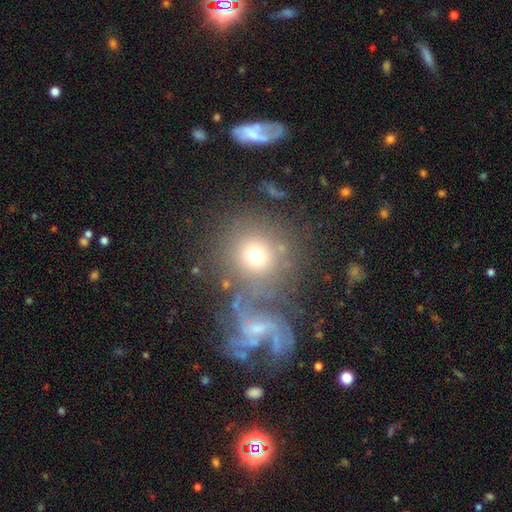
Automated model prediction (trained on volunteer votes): The model was most divided on "smooth or featured": smooth: 45%, featured or disk: 39%, star or artifact: 16%. More confident: merging — none (57%).